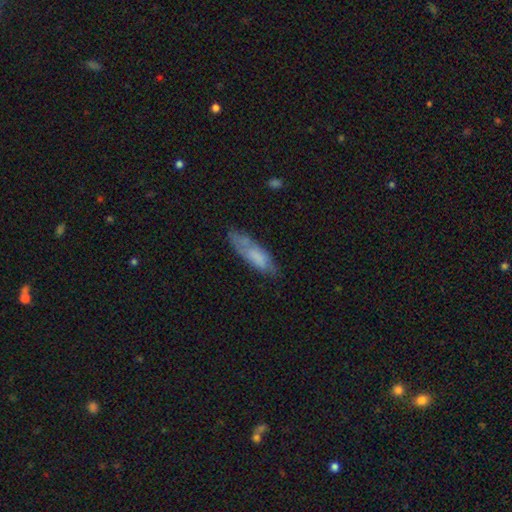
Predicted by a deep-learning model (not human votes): This is likely a smooth galaxy (65%). How rounded: possibly cigar-shaped (54%). Merging: possibly none (55%).